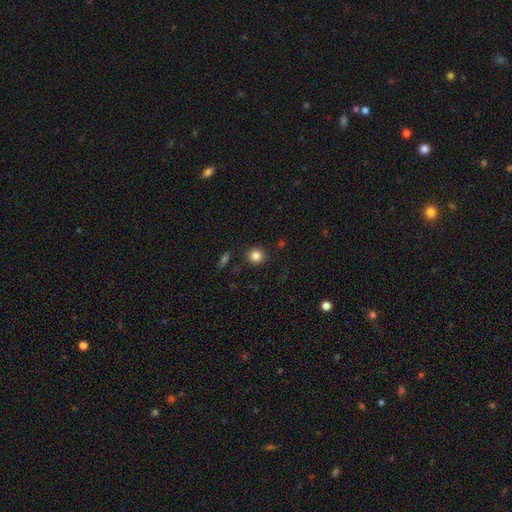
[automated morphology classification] This is clearly a smooth galaxy (84%). How rounded: clearly round (88%). Merging: clearly none (89%).